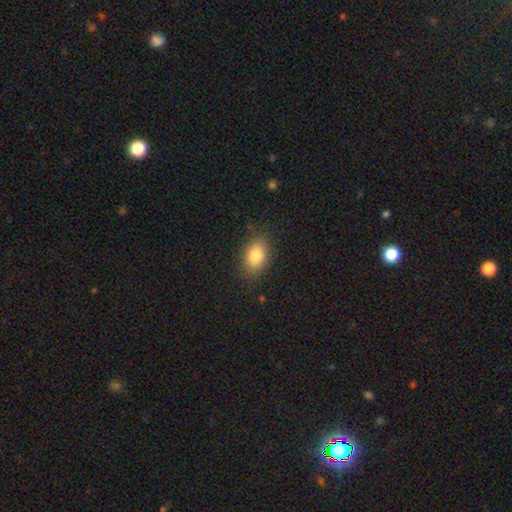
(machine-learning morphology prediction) Smooth or featured: smooth — 83% (star or artifact — 9%)
How rounded: in between — 81% (round — 17%)
Merging: none — 84% (minor disturbance — 11%)